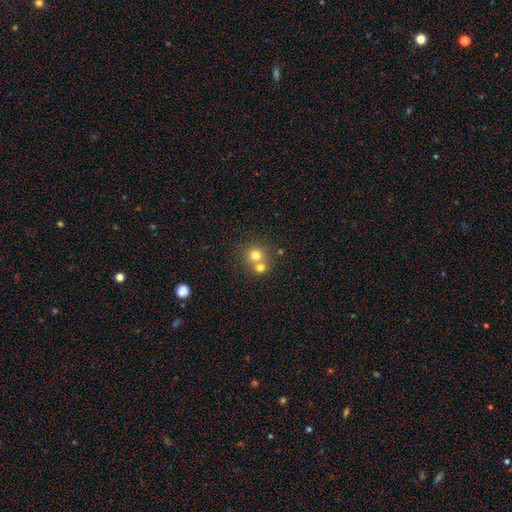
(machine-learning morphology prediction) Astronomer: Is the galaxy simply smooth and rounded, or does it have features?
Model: smooth — 73%.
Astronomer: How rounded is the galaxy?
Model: round — 89%.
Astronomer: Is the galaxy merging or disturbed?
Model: none — 48% (runner-up: merger, 44%).